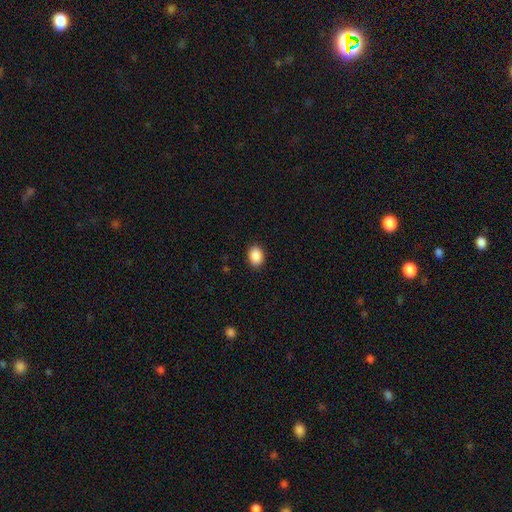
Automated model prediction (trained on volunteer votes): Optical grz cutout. It shows a smooth galaxy with no disk features (90%) that is in between round and cigar-shaped (68%). Merging: none (90%).